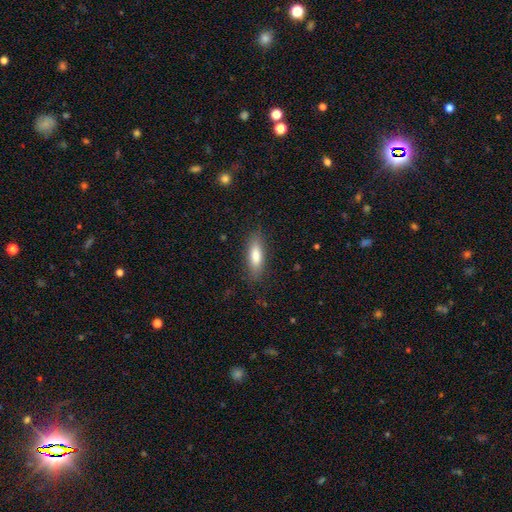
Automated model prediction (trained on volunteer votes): Smooth or featured?
  - smooth: 79% *
  - featured or disk: 15%
  - star or artifact: 7%
How rounded?
  - in between: 57% *
  - cigar-shaped: 41%
  - round: 2%
Merging?
  - none: 83% *
  - minor disturbance: 12%
  - major disturbance: 3%
  - merger: 1%